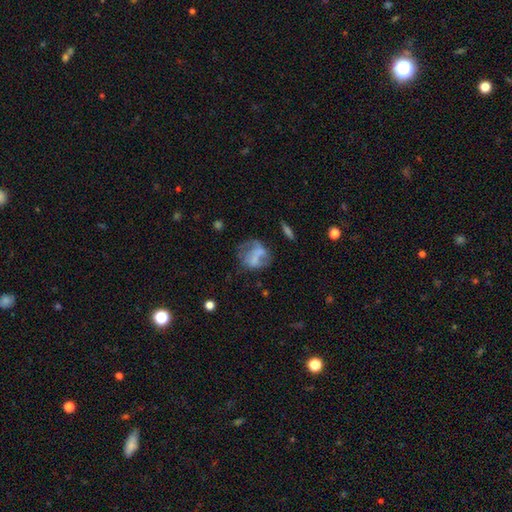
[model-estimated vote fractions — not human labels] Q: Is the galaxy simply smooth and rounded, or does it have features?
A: featured or disk — 45%.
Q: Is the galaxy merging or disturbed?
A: none — 38%.